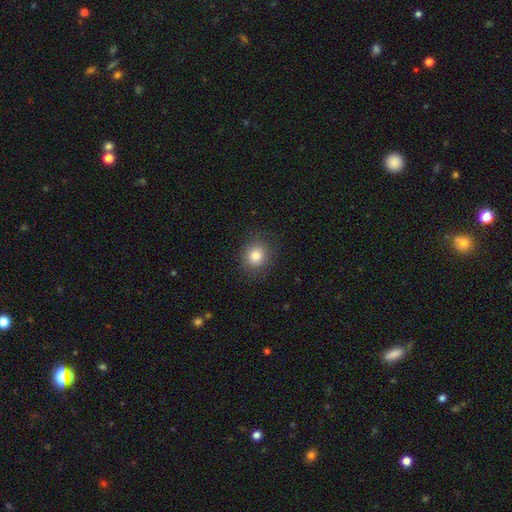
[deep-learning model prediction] Smooth or featured: smooth — 82% (star or artifact — 11%)
How rounded: round — 81% (in between — 18%)
Merging: none — 87% (minor disturbance — 9%)